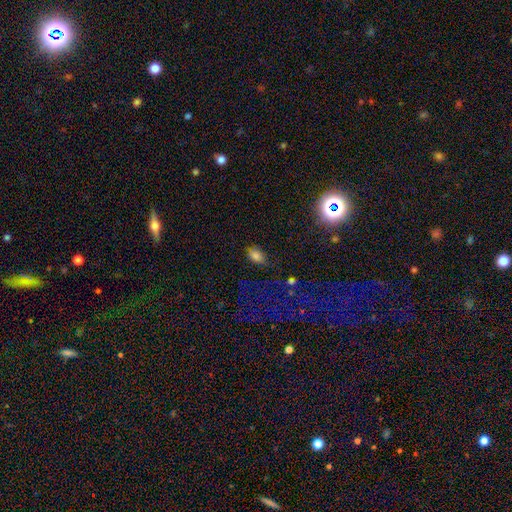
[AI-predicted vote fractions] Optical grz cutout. It shows a smooth galaxy with no disk features (80%) that is in between round and cigar-shaped (88%). Merging: none (73%).